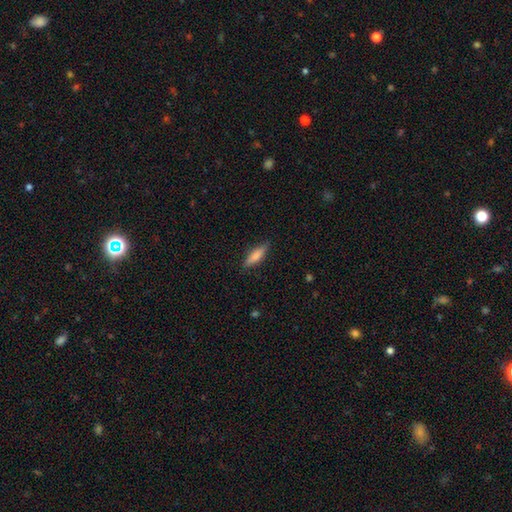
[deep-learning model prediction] smooth-or-featured: smooth: 74% | featured or disk: 20% | star or artifact: 6%
  how-rounded: cigar-shaped: 62% | in between: 36% | round: 2%
  merging: none: 85% | minor disturbance: 11% | major disturbance: 2% | merger: 1%